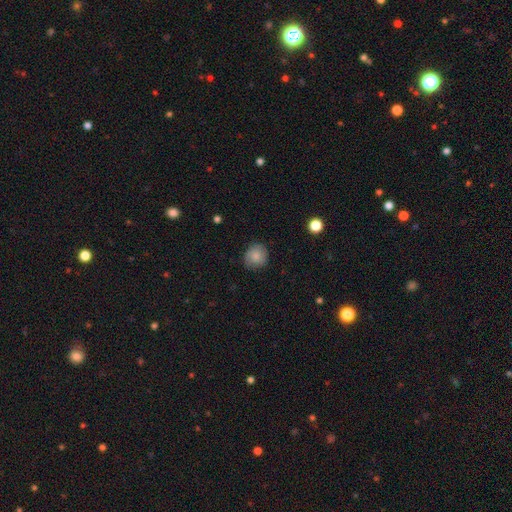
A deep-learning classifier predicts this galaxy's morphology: Smooth or featured? Predicted: smooth (p=0.80). How rounded? Predicted: round (p=0.82). Merging? Predicted: none (p=0.79).